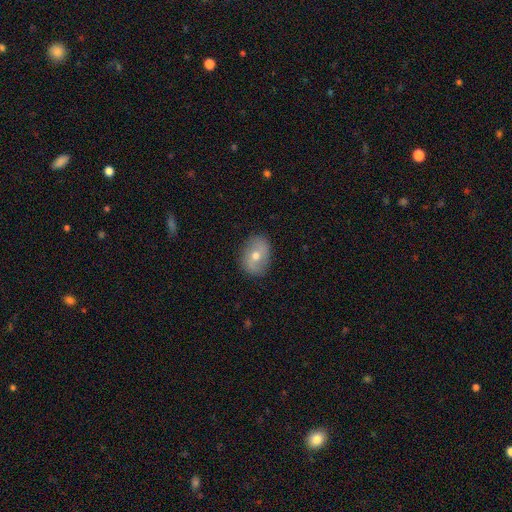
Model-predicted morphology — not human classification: A smooth galaxy with no disk features (48%). Merging: none (84%).